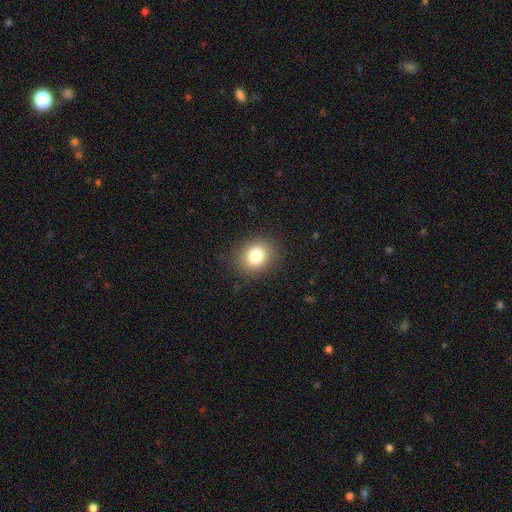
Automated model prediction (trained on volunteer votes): Overall: smooth (82%). How rounded: round (72%). Merging: none (89%).